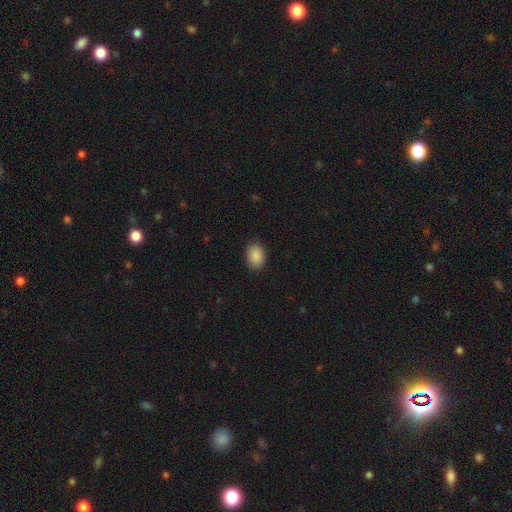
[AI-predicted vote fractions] A smooth galaxy with no disk features (89%) that is in between round and cigar-shaped (73%). Merging: none (90%).